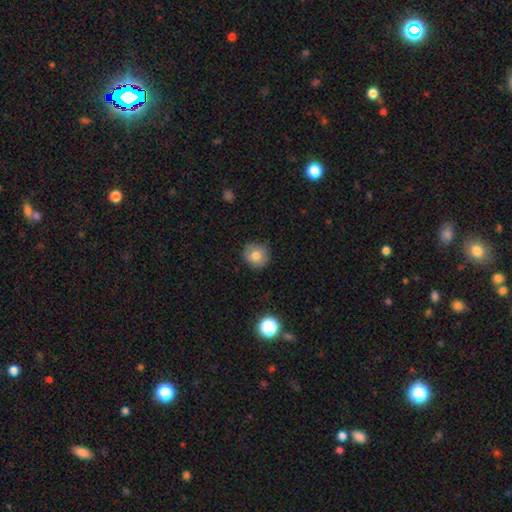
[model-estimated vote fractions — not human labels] smooth 77%, featured or disk 13%, star or artifact 10%. Down the decision tree: how rounded — round (90%); merging — none (85%).